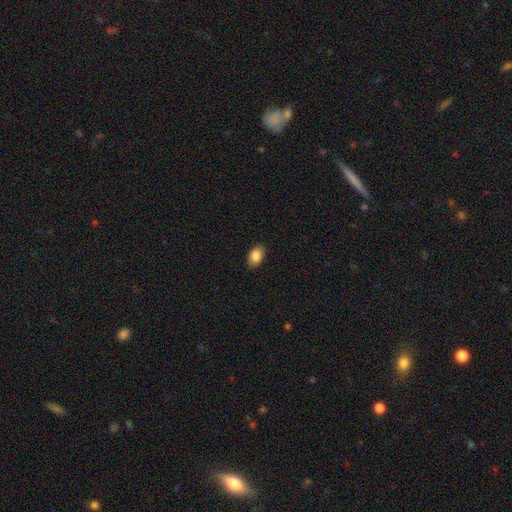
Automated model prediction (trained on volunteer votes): Smooth or featured: smooth — 87% (star or artifact — 7%)
How rounded: in between — 89% (round — 10%)
Merging: none — 87% (minor disturbance — 10%)